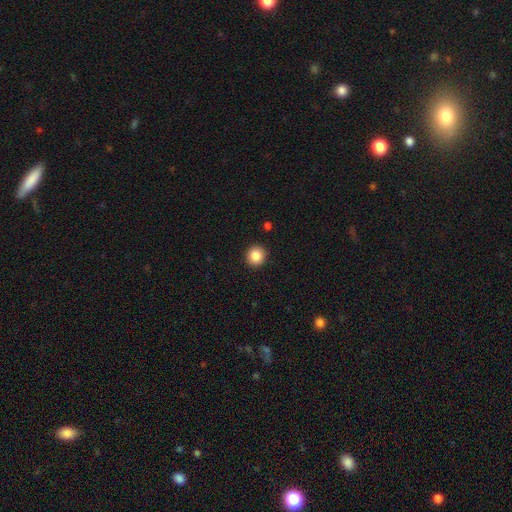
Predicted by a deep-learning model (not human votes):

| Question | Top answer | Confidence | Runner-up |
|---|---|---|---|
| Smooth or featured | smooth | 86% | star or artifact (9%) |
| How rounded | round | 93% | in between (6%) |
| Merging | none | 93% | minor disturbance (5%) |